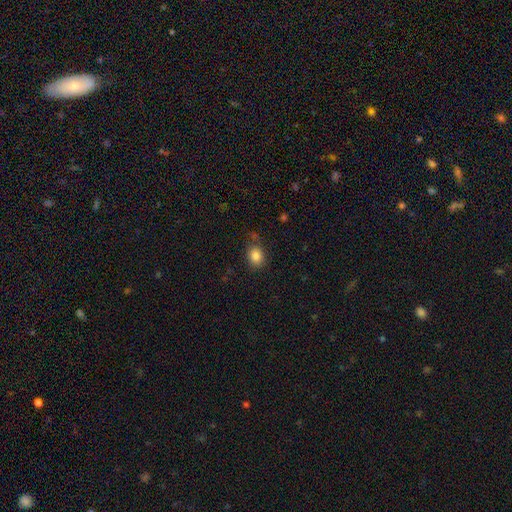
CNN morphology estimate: Overall: smooth (85%). How rounded: in between (51%; round 48%). Merging: none (74%).